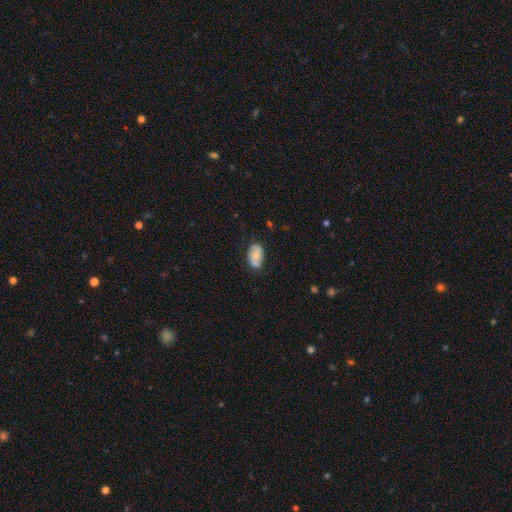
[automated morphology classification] Smooth or featured: smooth — 65% (featured or disk — 28%)
How rounded: in between — 91% (round — 7%)
Merging: none — 67% (minor disturbance — 24%)